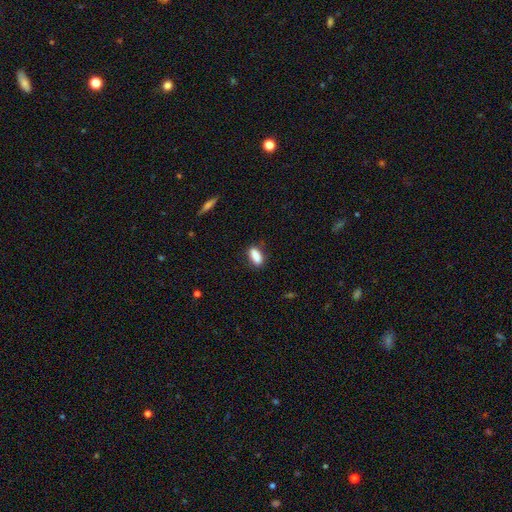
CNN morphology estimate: Smooth or featured? Predicted: smooth (p=0.87). How rounded? Predicted: in between (p=0.79). Merging? Predicted: none (p=0.81).